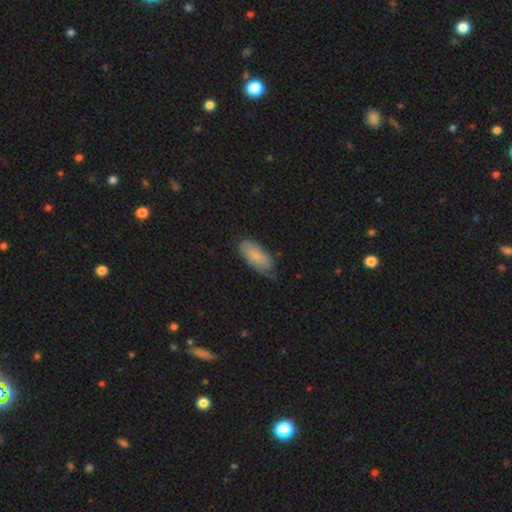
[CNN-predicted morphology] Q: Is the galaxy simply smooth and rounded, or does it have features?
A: smooth — 79%.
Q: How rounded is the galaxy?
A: in between — 88%.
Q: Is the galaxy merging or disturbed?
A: none — 59%.